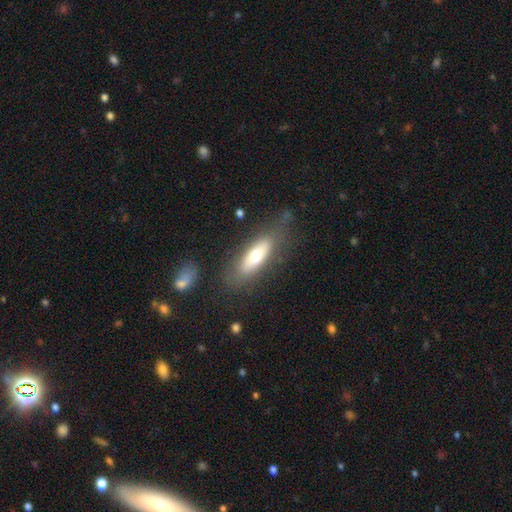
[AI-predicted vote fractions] A smooth galaxy with no disk features (60%) that is in between round and cigar-shaped (57%). Merging: none (69%).